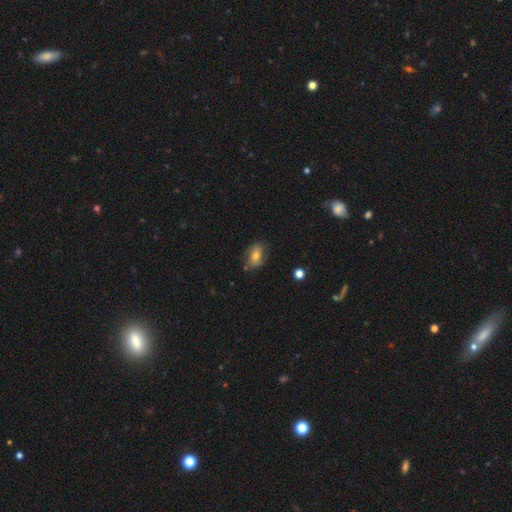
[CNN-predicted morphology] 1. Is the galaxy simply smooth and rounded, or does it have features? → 59% smooth, 32% featured or disk, 9% star or artifact.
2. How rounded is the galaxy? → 80% in between, 17% round, 3% cigar-shaped.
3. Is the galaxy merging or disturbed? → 72% none, 21% minor disturbance, 5% major disturbance, 2% merger.